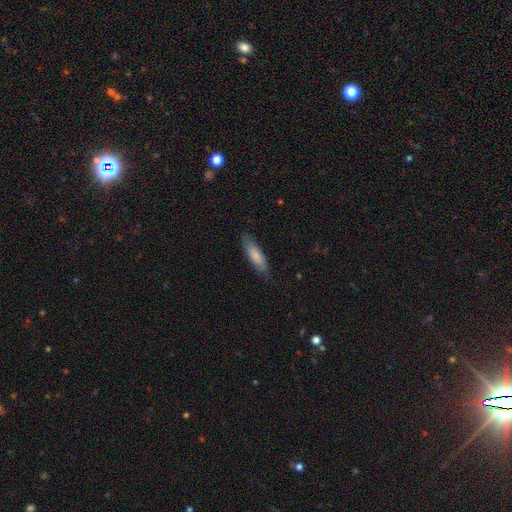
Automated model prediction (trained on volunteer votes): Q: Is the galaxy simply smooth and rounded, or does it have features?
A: smooth — 79%.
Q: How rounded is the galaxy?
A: cigar-shaped — 58%.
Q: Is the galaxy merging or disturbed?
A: none — 80%.